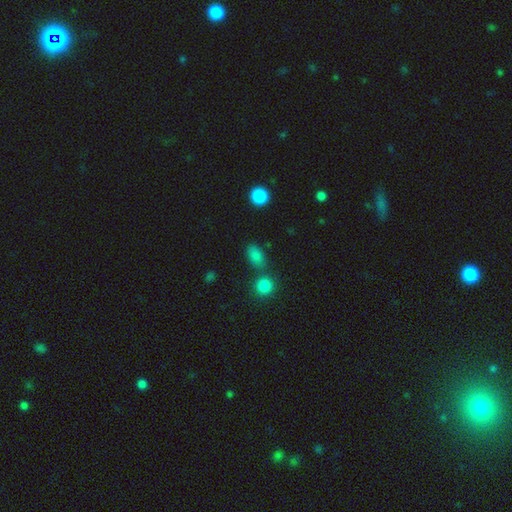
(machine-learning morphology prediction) Q: Smooth or featured?
A: smooth (82%); runner-up: star or artifact (12%)
Q: How rounded?
A: in between (82%); runner-up: round (15%)
Q: Merging?
A: none (68%); runner-up: merger (15%)